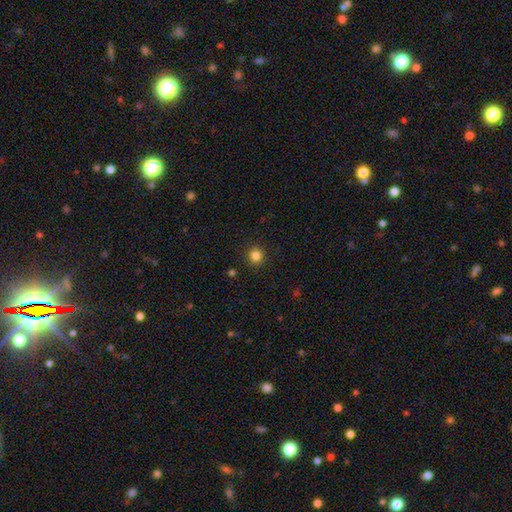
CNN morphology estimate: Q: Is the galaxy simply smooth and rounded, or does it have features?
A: smooth — 84%.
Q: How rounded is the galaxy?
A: round — 94%.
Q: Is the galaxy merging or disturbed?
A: none — 92%.